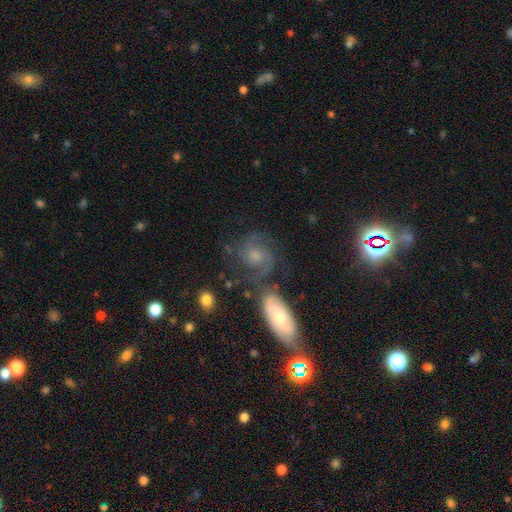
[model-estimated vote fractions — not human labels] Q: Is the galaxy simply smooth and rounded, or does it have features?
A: featured or disk — 74%.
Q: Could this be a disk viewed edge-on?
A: no — 96%.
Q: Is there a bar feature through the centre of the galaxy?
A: no — 63%.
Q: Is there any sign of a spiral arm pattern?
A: yes — 94%.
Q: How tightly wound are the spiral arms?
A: medium — 48%.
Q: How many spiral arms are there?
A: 2 — 66%.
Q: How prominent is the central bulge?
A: moderate — 47%.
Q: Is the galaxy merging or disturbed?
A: none — 63%.